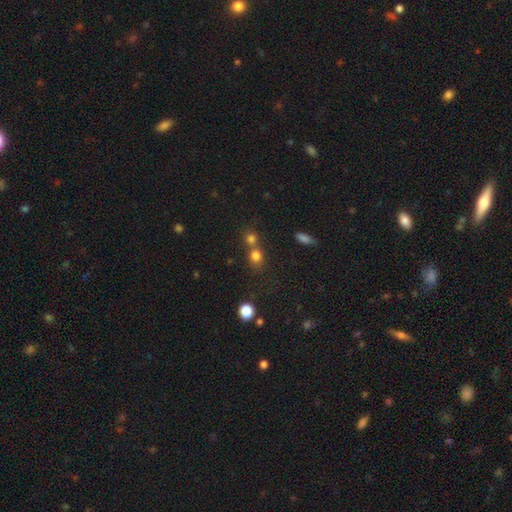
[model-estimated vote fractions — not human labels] This appears to be a smooth galaxy with no disk features (77%) that is round (74%). Merging: none (48%).